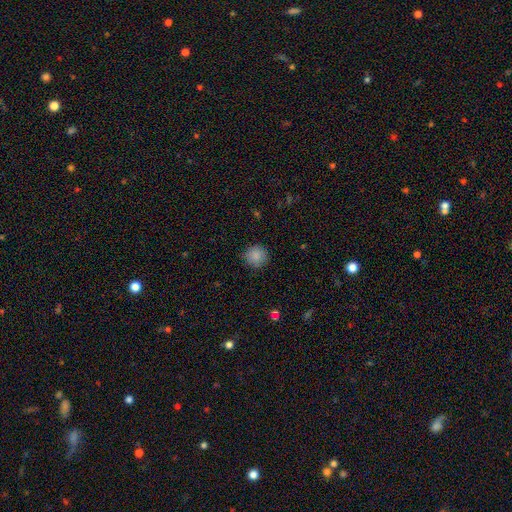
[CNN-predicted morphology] This is clearly a smooth galaxy (87%). How rounded: clearly round (93%). Merging: clearly none (87%).